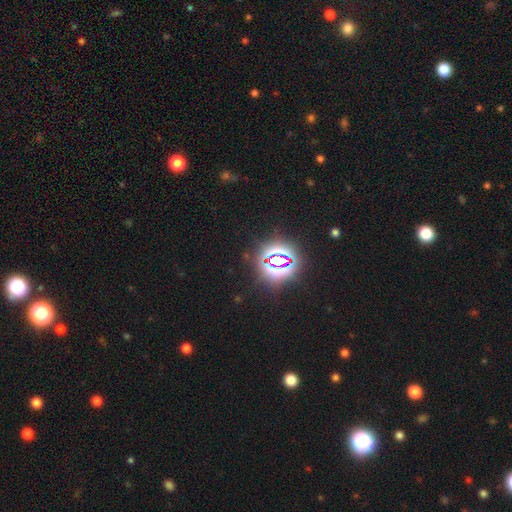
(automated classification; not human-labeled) Smooth or featured: star or artifact — 74% (smooth — 21%)